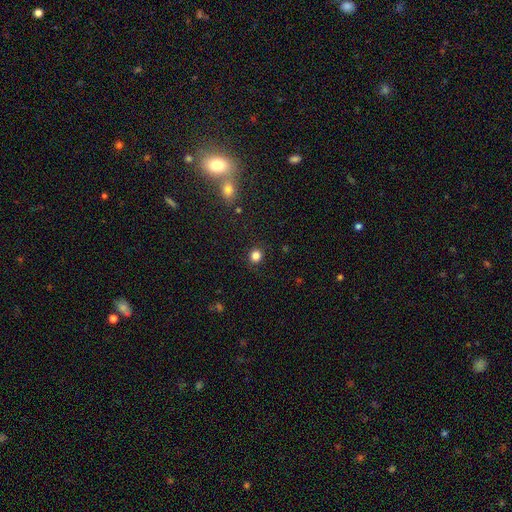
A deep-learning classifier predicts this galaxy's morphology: Smooth or featured? smooth (84%)
How rounded? round (85%)
Merging? none (89%)